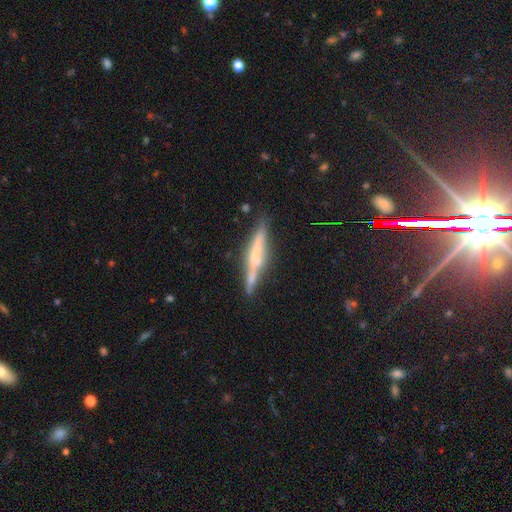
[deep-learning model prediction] A featured or disk galaxy (65%) viewed edge-on (95%) with a rounded central bulge (39%). Merging: none (77%).